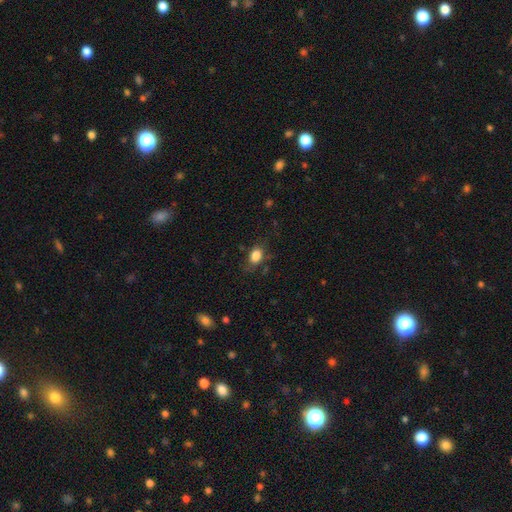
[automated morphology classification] The model was most divided on "merging": none: 67%, minor disturbance: 23%, major disturbance: 9%, merger: 2%. More confident: smooth or featured — smooth (84%); how rounded — in between (73%).